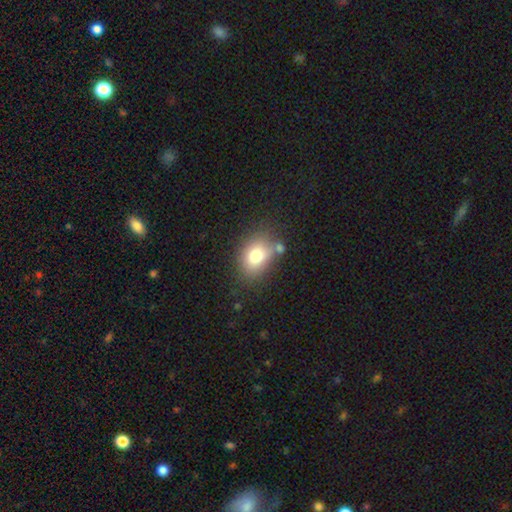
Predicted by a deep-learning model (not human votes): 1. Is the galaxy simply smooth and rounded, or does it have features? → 78% smooth, 12% featured or disk, 10% star or artifact.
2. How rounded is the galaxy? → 69% in between, 30% round, 1% cigar-shaped.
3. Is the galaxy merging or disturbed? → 63% none, 18% minor disturbance, 12% merger, 7% major disturbance.